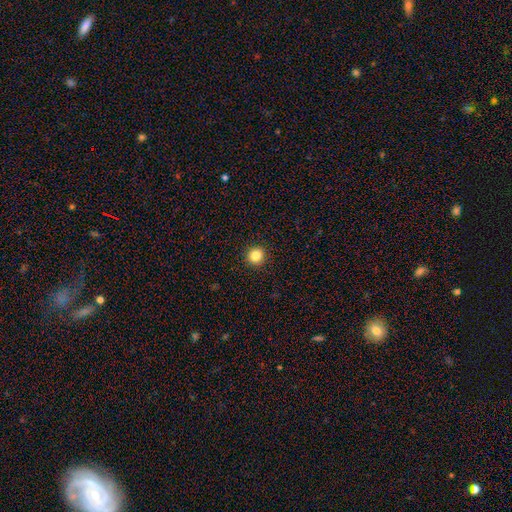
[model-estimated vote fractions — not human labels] Overall: smooth (85%). How rounded: round (93%). Merging: none (93%).